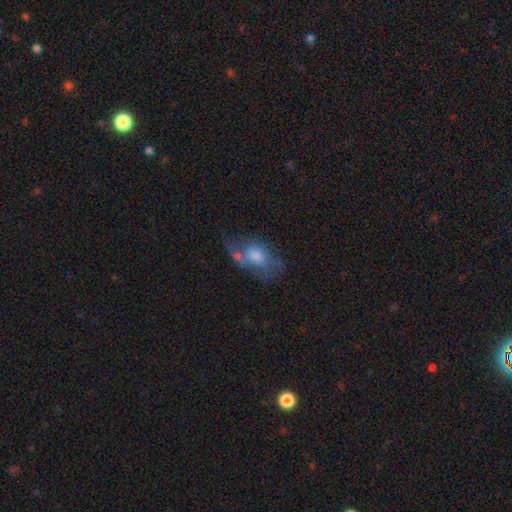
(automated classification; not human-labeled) Smooth or featured: smooth — 49% (featured or disk — 42%)
Merging: none — 33% (major disturbance — 27%)